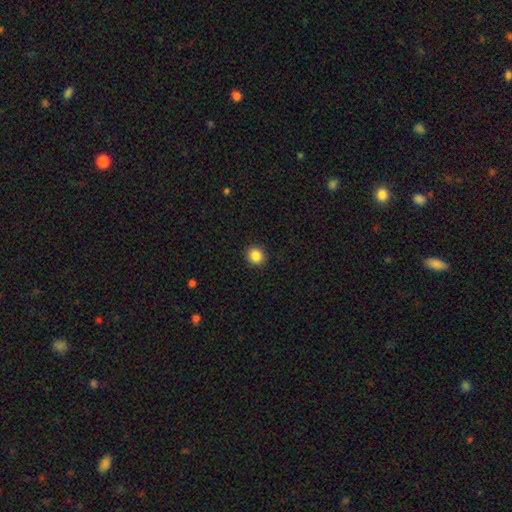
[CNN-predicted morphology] type=smooth (86%); roundness=round (88%); merging=none (92%).